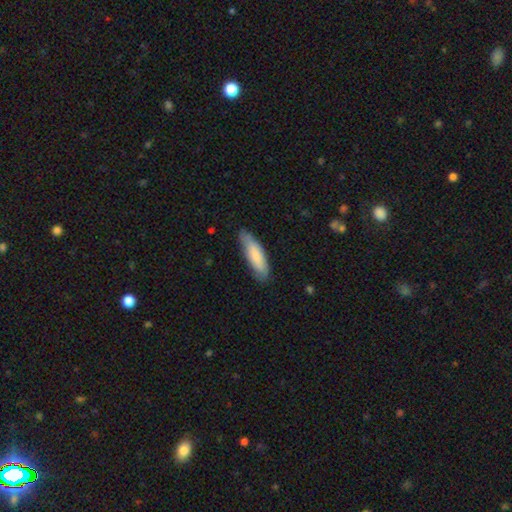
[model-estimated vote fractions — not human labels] Q: Smooth or featured?
A: smooth (76%); runner-up: featured or disk (19%)
Q: How rounded?
A: cigar-shaped (57%); runner-up: in between (42%)
Q: Merging?
A: none (78%); runner-up: minor disturbance (18%)